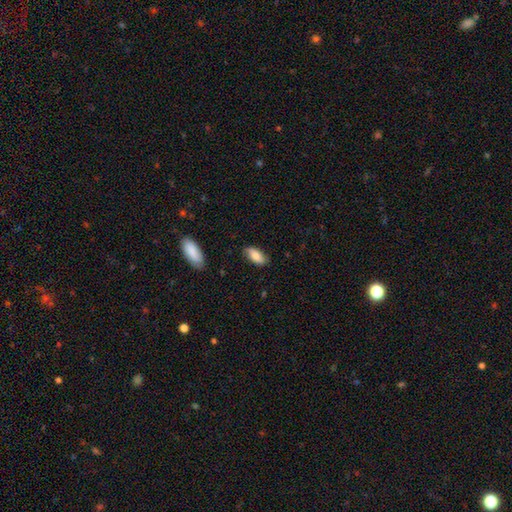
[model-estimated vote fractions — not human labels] smooth 81%, featured or disk 13%, star or artifact 7%. Down the decision tree: how rounded — in between (87%); merging — none (80%).